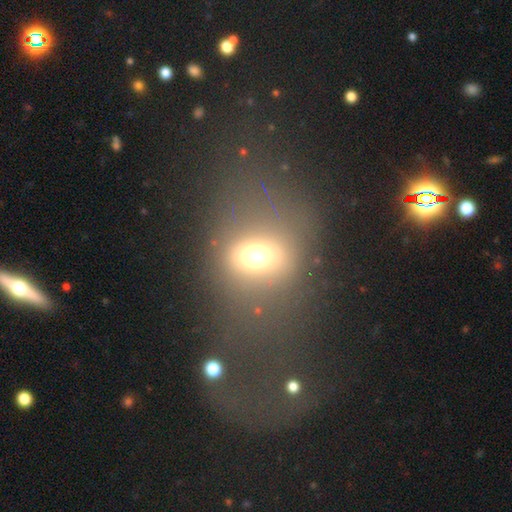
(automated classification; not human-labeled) A smooth galaxy with no disk features (63%) that is round (55%).

Vote fractions:
- Smooth or featured? smooth: 63% / star or artifact: 21% / featured or disk: 16%
- How rounded? round: 55% / in between: 43% / cigar-shaped: 2%
- Merging? none: 63% / major disturbance: 16% / minor disturbance: 14% / merger: 6%